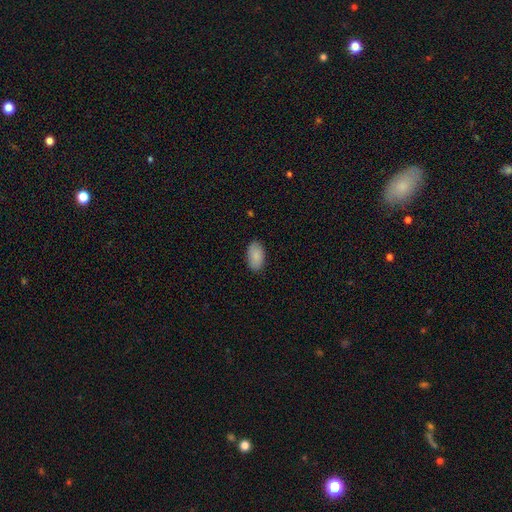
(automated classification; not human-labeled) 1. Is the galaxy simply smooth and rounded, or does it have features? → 87% smooth, 6% featured or disk, 6% star or artifact.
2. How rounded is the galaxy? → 94% in between, 4% round, 2% cigar-shaped.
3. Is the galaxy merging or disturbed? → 87% none, 10% minor disturbance, 2% major disturbance, 1% merger.